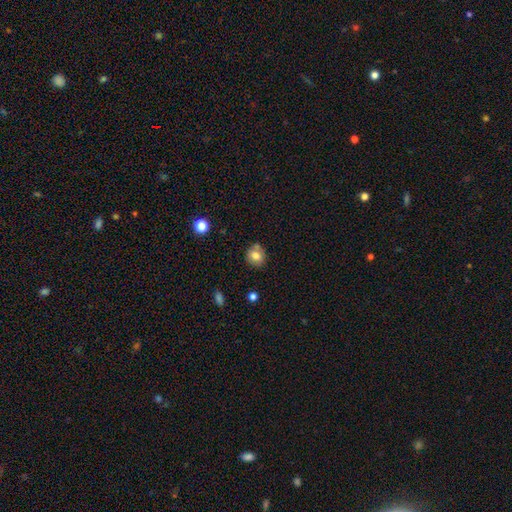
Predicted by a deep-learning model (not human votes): Smooth or featured: smooth — 76% (featured or disk — 14%)
How rounded: round — 77% (in between — 22%)
Merging: none — 72% (minor disturbance — 16%)